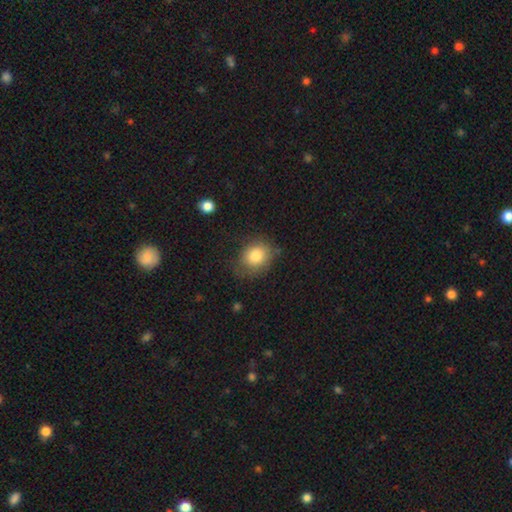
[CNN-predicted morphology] Smooth or featured: smooth — 81% (featured or disk — 11%)
How rounded: round — 57% (in between — 43%)
Merging: none — 66% (minor disturbance — 24%)